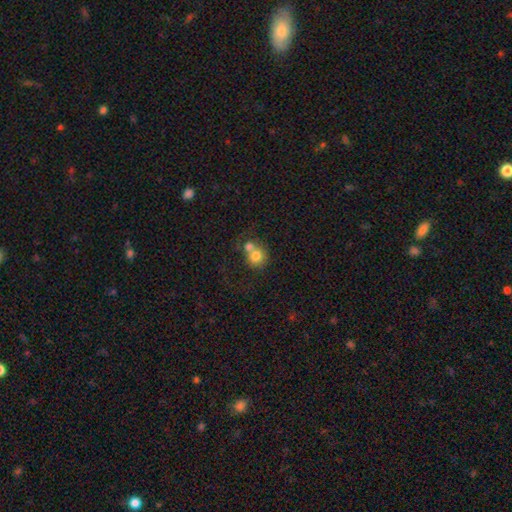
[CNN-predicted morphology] Q: Smooth or featured?
A: smooth (75%); runner-up: featured or disk (16%)
Q: How rounded?
A: round (81%); runner-up: in between (18%)
Q: Merging?
A: merger (58%); runner-up: none (29%)